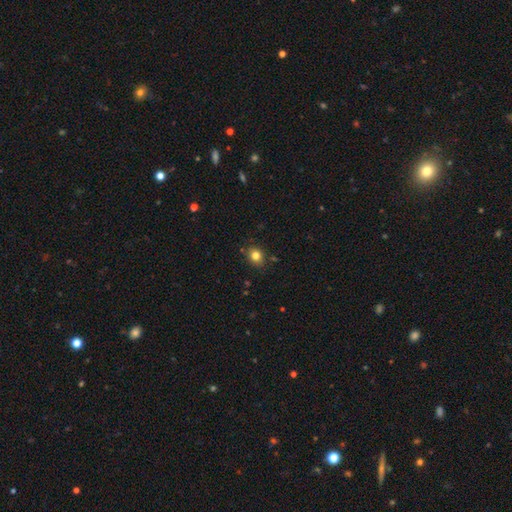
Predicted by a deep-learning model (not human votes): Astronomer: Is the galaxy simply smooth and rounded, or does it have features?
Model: smooth — 81%.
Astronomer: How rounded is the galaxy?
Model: round — 69%.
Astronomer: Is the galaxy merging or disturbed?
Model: none — 85%.